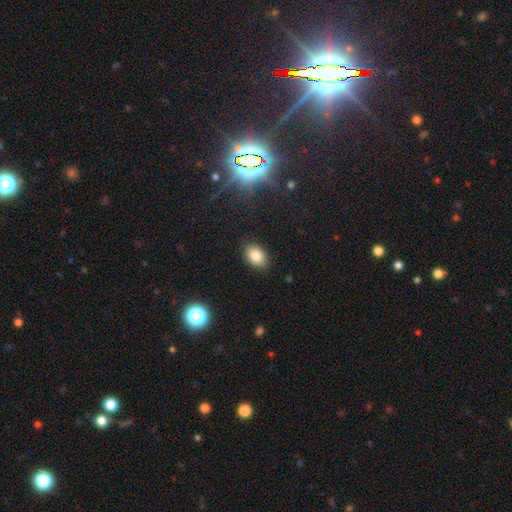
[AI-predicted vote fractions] smooth 83%, star or artifact 10%, featured or disk 7%. Down the decision tree: how rounded — in between (81%); merging — none (86%).